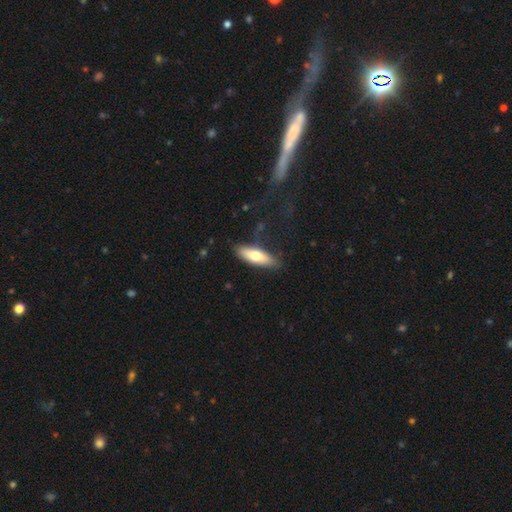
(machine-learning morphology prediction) The model was most divided on "how rounded": in between: 56%, cigar-shaped: 42%, round: 2%. More confident: merging — none (81%); smooth or featured — smooth (67%).